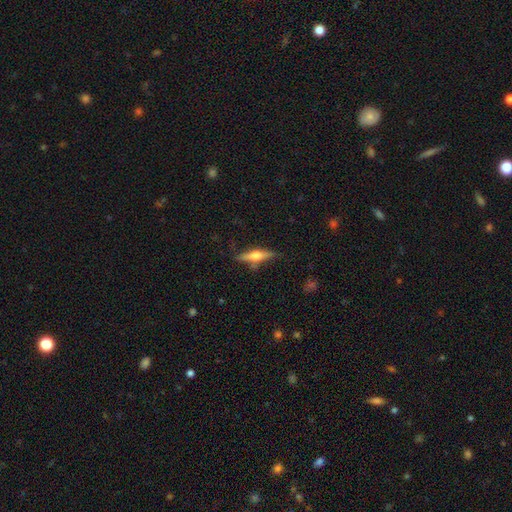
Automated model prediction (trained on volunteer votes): smooth-or-featured: featured or disk: 60% | smooth: 34% | star or artifact: 6%
  disk-edge-on: yes: 96% | no: 4%
    edge-on-bulge: rounded: 92% | boxy: 5% | none: 3%
  merging: none: 79% | minor disturbance: 14% | merger: 3% | major disturbance: 3%